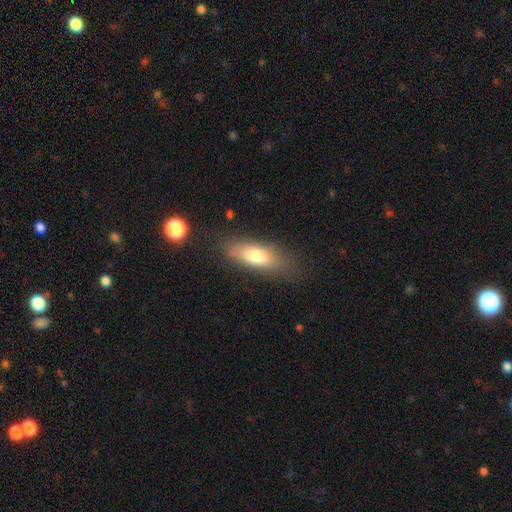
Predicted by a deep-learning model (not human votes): The model was most divided on "how rounded": in between: 72%, cigar-shaped: 25%, round: 3%. More confident: smooth or featured — smooth (75%); merging — none (74%).